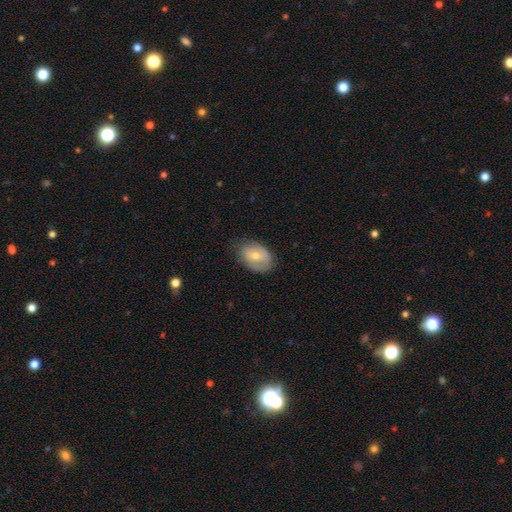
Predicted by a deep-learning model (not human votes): Overall: smooth (61%; featured or disk 32%). How rounded: in between (77%). Merging: none (70%).